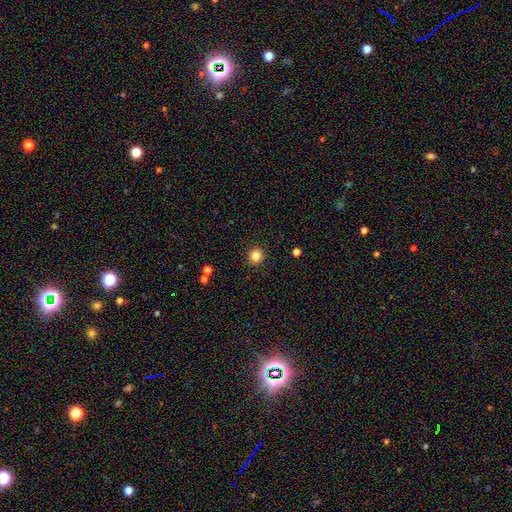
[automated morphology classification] Smooth or featured? smooth (84%)
How rounded? round (90%)
Merging? none (92%)